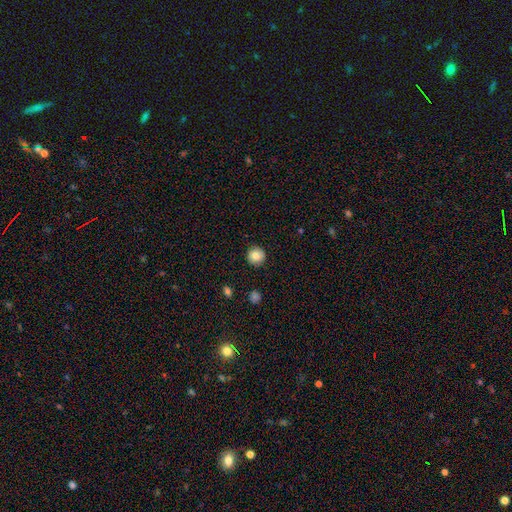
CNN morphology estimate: This appears to be a smooth galaxy with no disk features (81%) that is round (94%). Merging: none (90%).